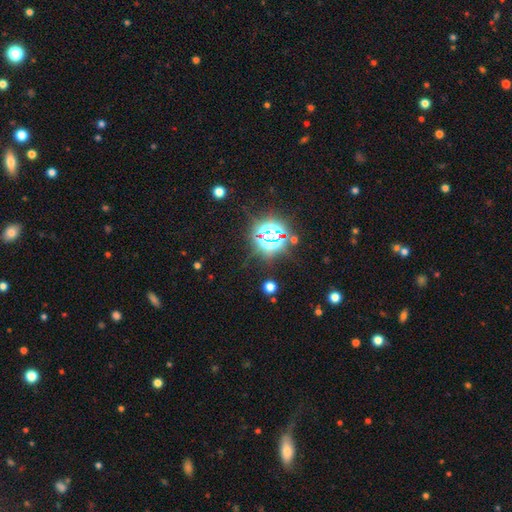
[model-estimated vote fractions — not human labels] Q: Smooth or featured?
A: star or artifact (81%); runner-up: smooth (12%)